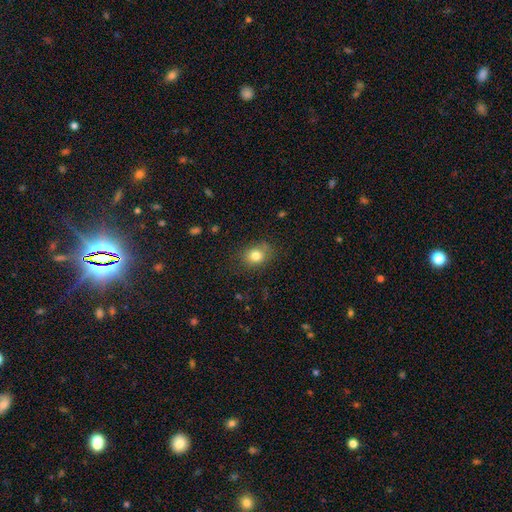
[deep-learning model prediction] This appears to be a smooth galaxy with no disk features (81%) that is round (53%). Merging: none (78%).